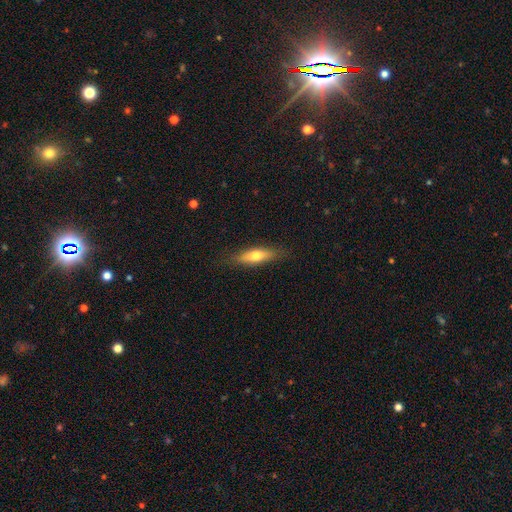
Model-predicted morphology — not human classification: This is likely a smooth galaxy (63%). How rounded: possibly cigar-shaped (56%). Merging: clearly none (84%).